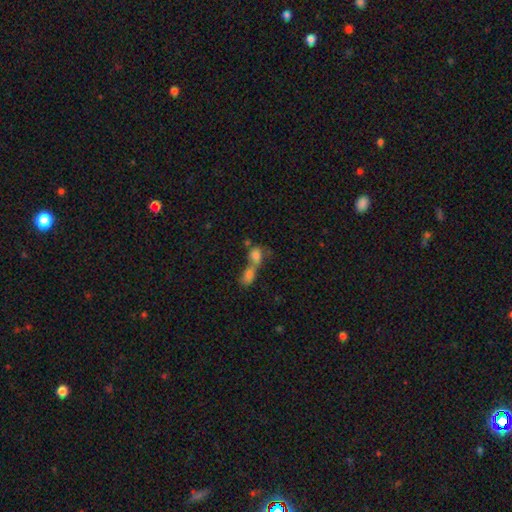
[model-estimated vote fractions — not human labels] Smooth or featured?
  - smooth: 75% *
  - featured or disk: 15%
  - star or artifact: 10%
How rounded?
  - in between: 57% *
  - round: 38%
  - cigar-shaped: 5%
Merging?
  - merger: 77% *
  - none: 13%
  - minor disturbance: 5%
  - major disturbance: 5%